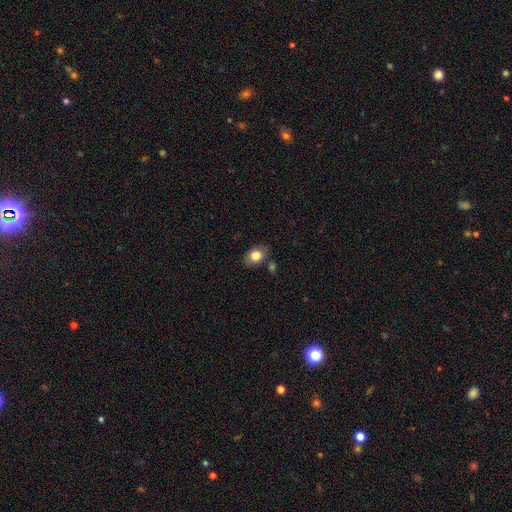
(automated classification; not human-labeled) The model was most divided on "how rounded": in between: 70%, round: 29%, cigar-shaped: 1%. More confident: smooth or featured — smooth (81%); merging — none (77%).